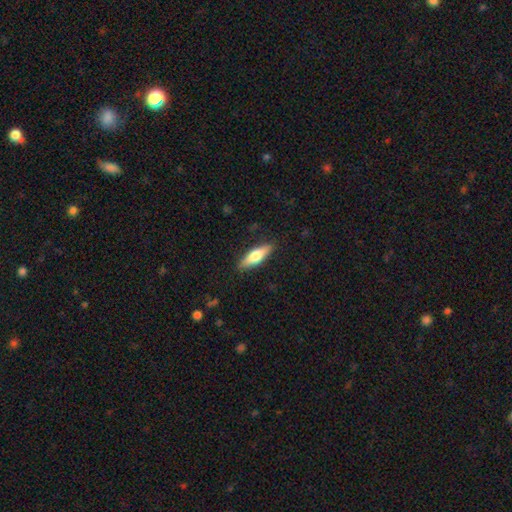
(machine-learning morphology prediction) smooth-or-featured: smooth: 64% | featured or disk: 31% | star or artifact: 5%
  how-rounded: cigar-shaped: 50% | in between: 47% | round: 2%
  merging: none: 87% | minor disturbance: 9% | major disturbance: 2% | merger: 1%